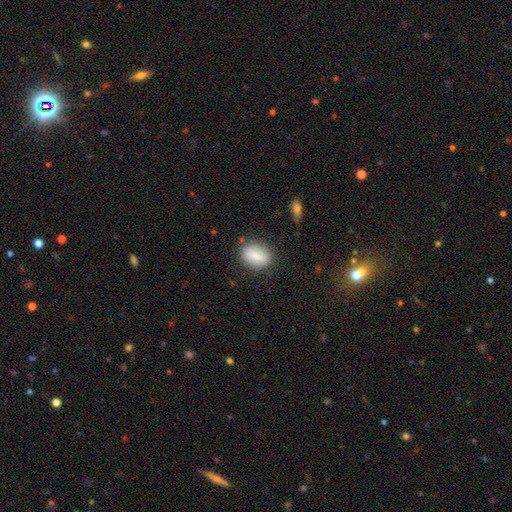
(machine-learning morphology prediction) smooth 79%, featured or disk 14%, star or artifact 7%. Down the decision tree: how rounded — in between (74%); merging — none (79%).